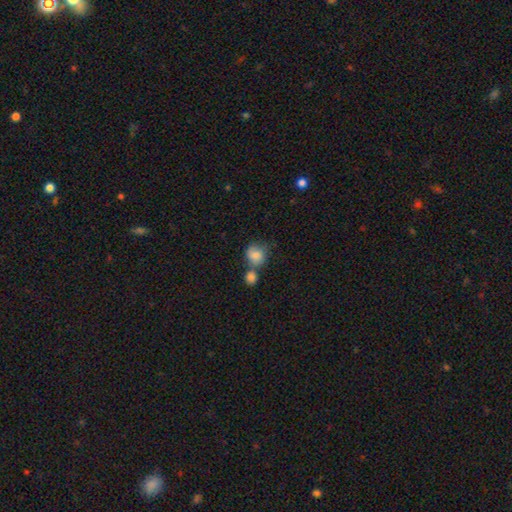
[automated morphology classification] This appears to be a smooth galaxy with no disk features (82%) that is round (78%). Merging: none (41%).